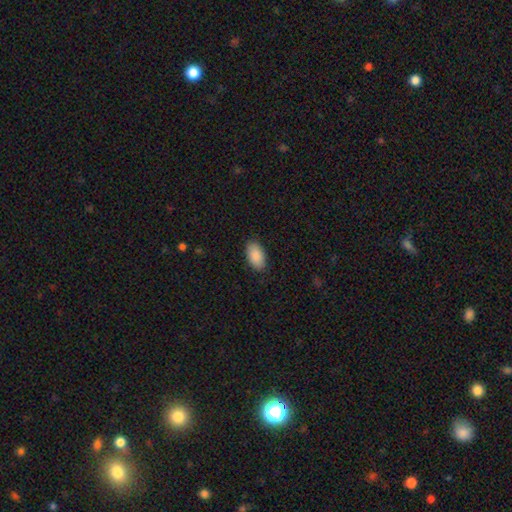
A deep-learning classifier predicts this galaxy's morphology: Q: Smooth or featured?
A: smooth (90%); runner-up: star or artifact (6%)
Q: How rounded?
A: in between (95%); runner-up: round (3%)
Q: Merging?
A: none (88%); runner-up: minor disturbance (9%)